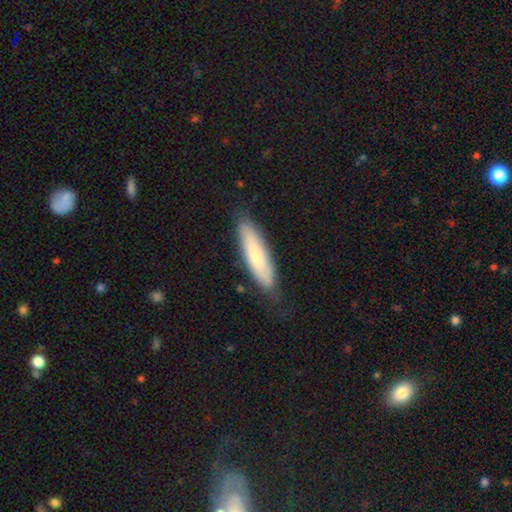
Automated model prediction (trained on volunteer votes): smooth_or_featured: smooth (p=0.71) [alt: featured or disk p=0.23]
how_rounded: cigar-shaped (p=0.71) [alt: in between p=0.27]
merging: none (p=0.77) [alt: minor disturbance p=0.18]